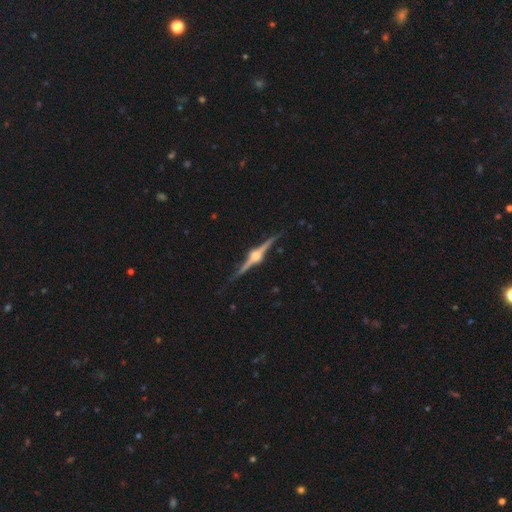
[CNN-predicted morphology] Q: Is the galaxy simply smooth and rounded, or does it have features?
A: featured or disk — 90%.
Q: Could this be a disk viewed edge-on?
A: yes — 98%.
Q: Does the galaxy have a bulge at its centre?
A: rounded — 95%.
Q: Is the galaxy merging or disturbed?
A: none — 88%.